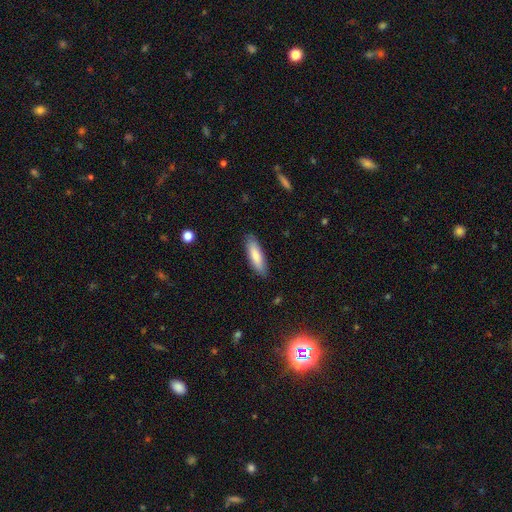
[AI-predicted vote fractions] smooth_or_featured: smooth (p=0.82) [alt: featured or disk p=0.12]
how_rounded: cigar-shaped (p=0.57) [alt: in between p=0.41]
merging: none (p=0.87) [alt: minor disturbance p=0.10]